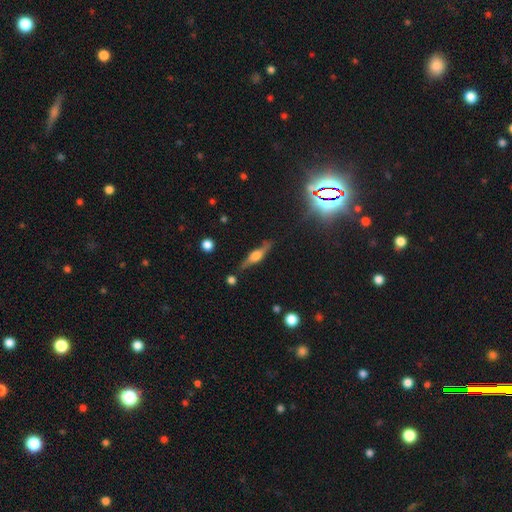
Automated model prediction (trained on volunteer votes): featured or disk 68%, smooth 24%, star or artifact 8%. Down the decision tree: edge-on disk — yes (90%); edge-on bulge — rounded (85%); merging — none (76%).